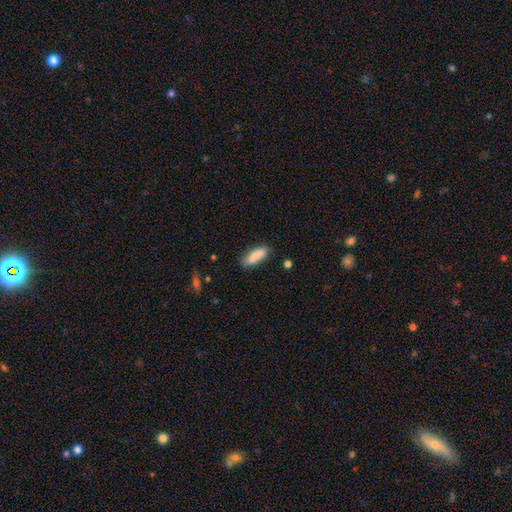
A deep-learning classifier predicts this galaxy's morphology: smooth_or_featured: smooth (p=0.87) [alt: star or artifact p=0.07]
how_rounded: in between (p=0.63) [alt: cigar-shaped p=0.35]
merging: none (p=0.77) [alt: minor disturbance p=0.18]